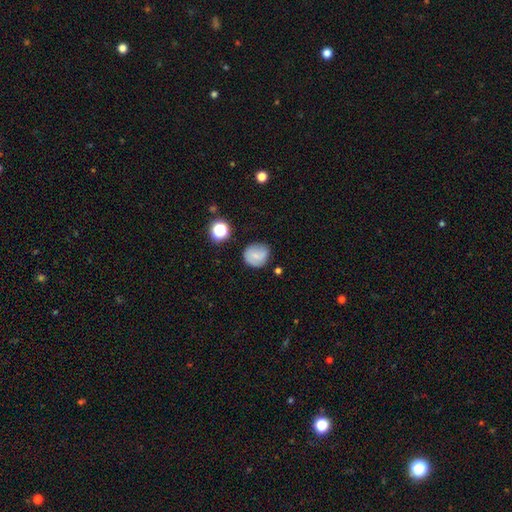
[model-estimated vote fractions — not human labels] Smooth or featured?
  - smooth: 63% *
  - featured or disk: 26%
  - star or artifact: 11%
How rounded?
  - round: 87% *
  - in between: 12%
  - cigar-shaped: 1%
Merging?
  - none: 75% *
  - minor disturbance: 18%
  - major disturbance: 4%
  - merger: 3%